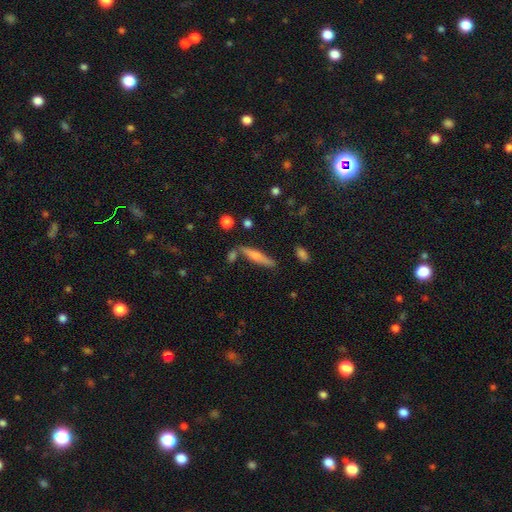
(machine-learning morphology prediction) Overall: smooth (53%; featured or disk 40%). How rounded: cigar-shaped (87%). Merging: none (74%).